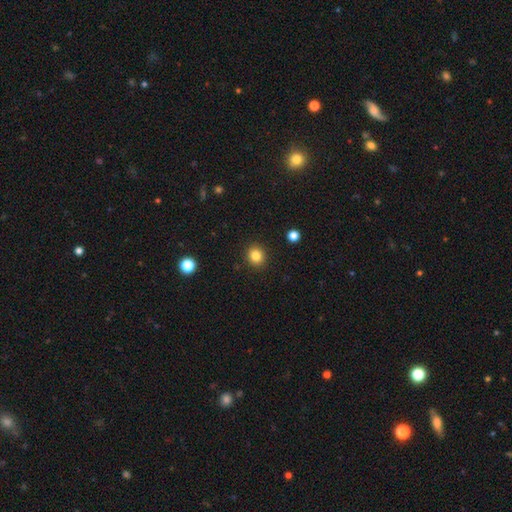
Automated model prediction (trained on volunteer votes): smooth-or-featured: smooth: 84% | star or artifact: 11% | featured or disk: 5%
  how-rounded: round: 86% | in between: 13% | cigar-shaped: 1%
  merging: none: 91% | minor disturbance: 6% | major disturbance: 2% | merger: 1%